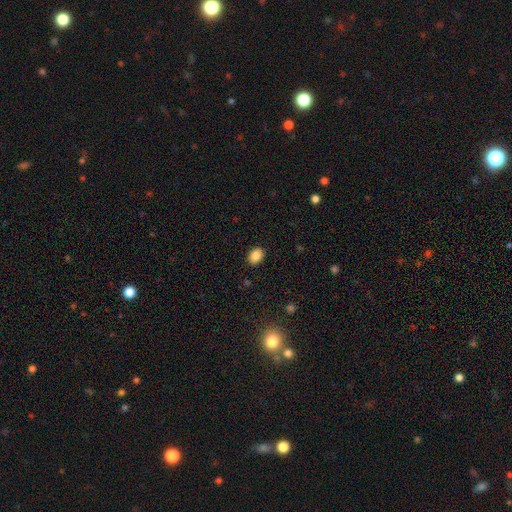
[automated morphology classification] Smooth or featured? smooth (85%)
How rounded? in between (71%)
Merging? none (89%)